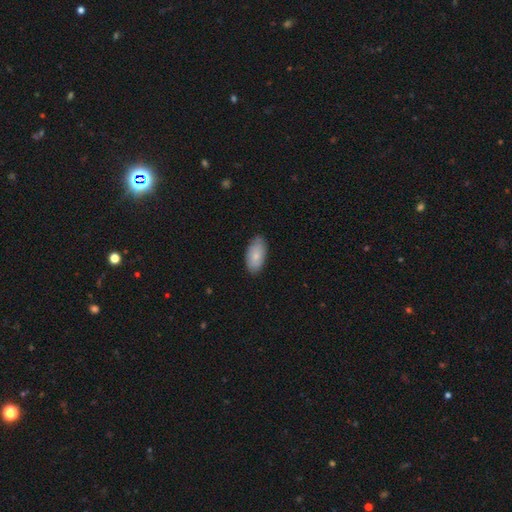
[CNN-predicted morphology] The model was most divided on "smooth or featured": smooth: 80%, featured or disk: 14%, star or artifact: 6%. More confident: how rounded — in between (94%); merging — none (82%).